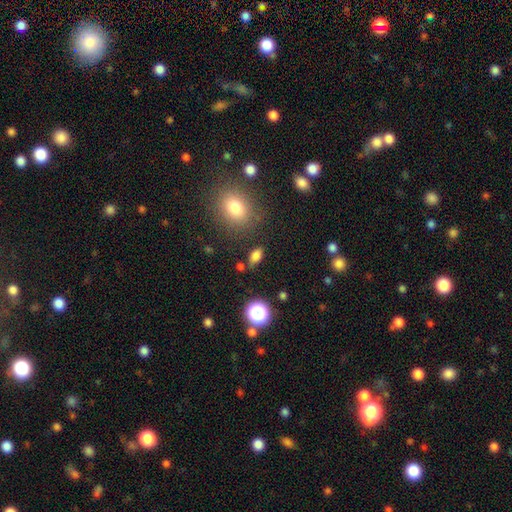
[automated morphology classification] Smooth or featured? Predicted: smooth (p=0.78). How rounded? Predicted: in between (p=0.82). Merging? Predicted: none (p=0.77).